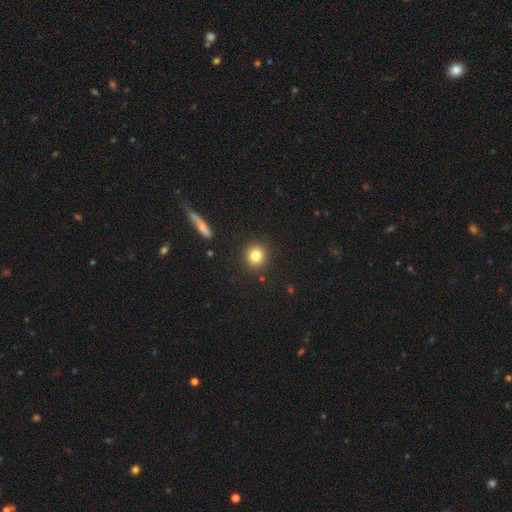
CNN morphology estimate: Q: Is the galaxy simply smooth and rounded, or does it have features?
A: smooth — 81%.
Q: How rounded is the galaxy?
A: round — 90%.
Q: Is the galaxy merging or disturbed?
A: none — 90%.